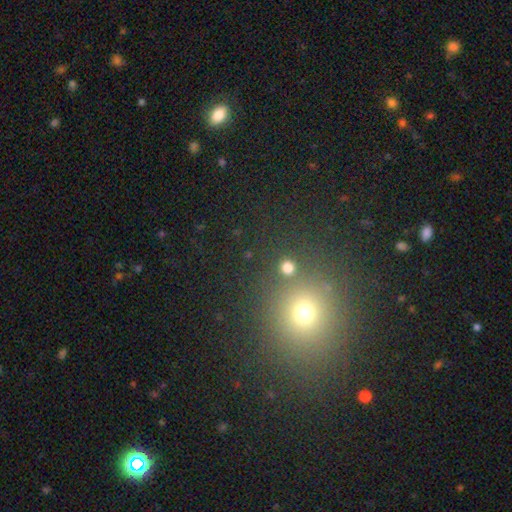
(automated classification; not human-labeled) Overall: smooth (56%; star or artifact 36%). How rounded: round (83%). Merging: none (85%).